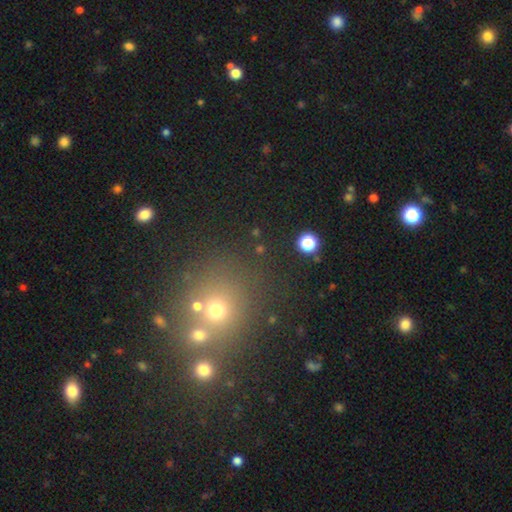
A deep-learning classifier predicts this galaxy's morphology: Smooth or featured: smooth — 46% (star or artifact — 43%)
Merging: none — 67% (merger — 20%)